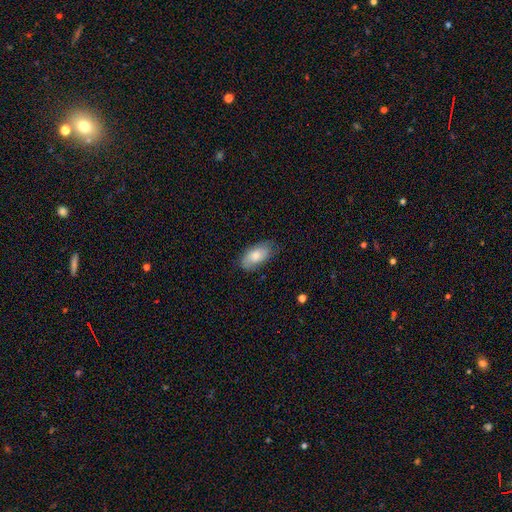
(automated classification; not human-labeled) A smooth galaxy with no disk features (72%) that is in between round and cigar-shaped (93%).

Vote fractions:
- Smooth or featured? smooth: 72% / featured or disk: 22% / star or artifact: 6%
- How rounded? in between: 93% / cigar-shaped: 4% / round: 3%
- Merging? none: 71% / minor disturbance: 23% / major disturbance: 5% / merger: 1%